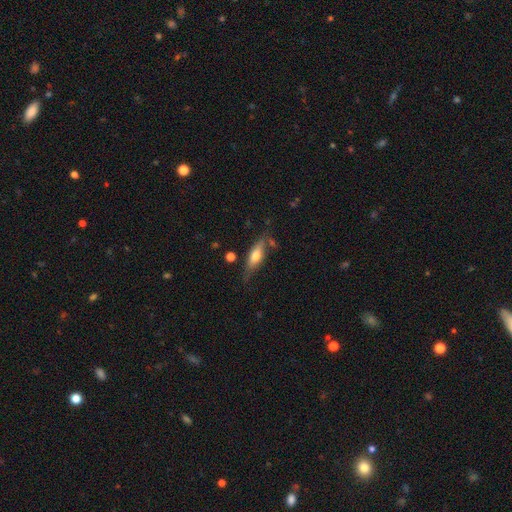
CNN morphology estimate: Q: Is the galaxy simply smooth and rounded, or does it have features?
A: smooth — 50%.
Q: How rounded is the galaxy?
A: cigar-shaped — 53%.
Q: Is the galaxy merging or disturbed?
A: none — 67%.